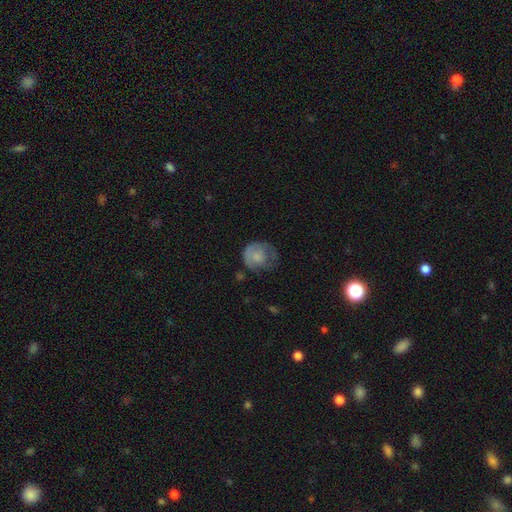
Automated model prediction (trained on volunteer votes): This appears to be a smooth galaxy with no disk features (63%) that is round (77%). Merging: none (41%).